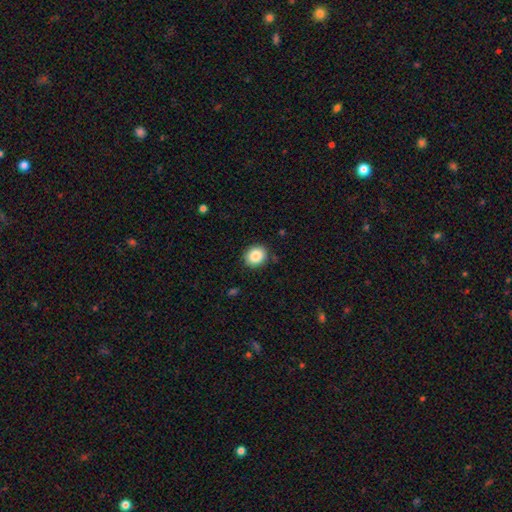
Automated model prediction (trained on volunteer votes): Smooth or featured?
  - smooth: 86% *
  - star or artifact: 9%
  - featured or disk: 5%
How rounded?
  - round: 73% *
  - in between: 26%
  - cigar-shaped: 1%
Merging?
  - none: 87% *
  - minor disturbance: 9%
  - major disturbance: 2%
  - merger: 1%